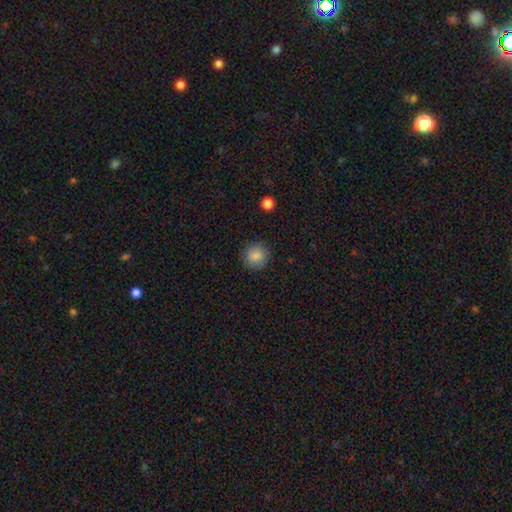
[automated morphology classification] Smooth or featured? smooth (86%)
How rounded? round (93%)
Merging? none (90%)